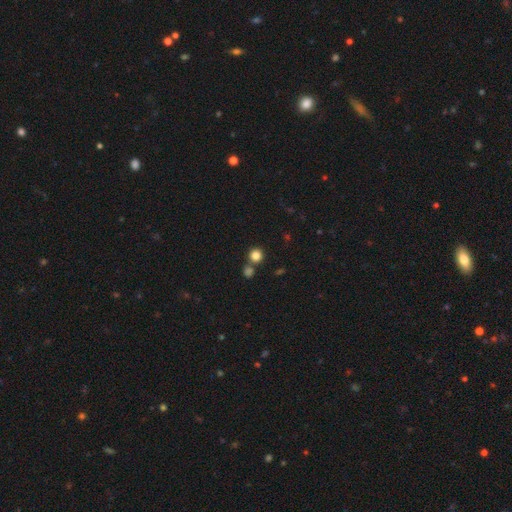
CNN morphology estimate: smooth 83%, star or artifact 12%, featured or disk 5%. Down the decision tree: how rounded — round (92%); merging — none (71%).